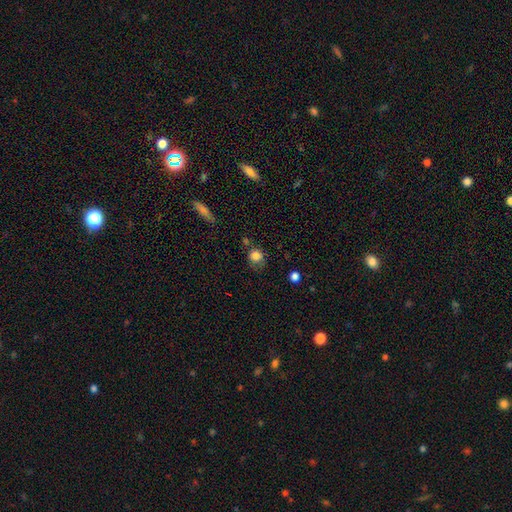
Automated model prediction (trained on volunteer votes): Smooth or featured: smooth — 82% (star or artifact — 11%)
How rounded: round — 81% (in between — 18%)
Merging: none — 55% (minor disturbance — 26%)